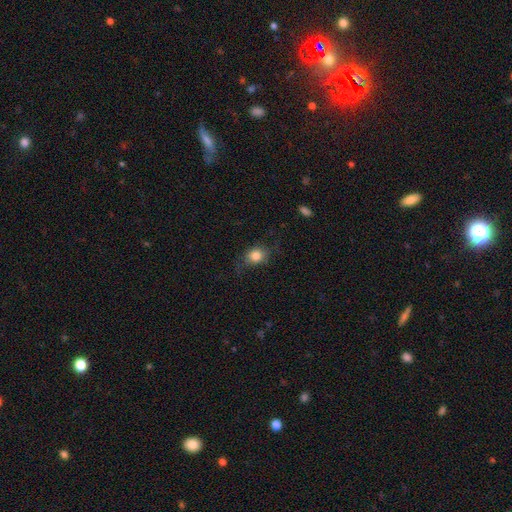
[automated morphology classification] Smooth or featured?
  - smooth: 79% *
  - featured or disk: 11%
  - star or artifact: 10%
How rounded?
  - round: 54% *
  - in between: 44%
  - cigar-shaped: 2%
Merging?
  - none: 65% *
  - minor disturbance: 23%
  - major disturbance: 11%
  - merger: 1%